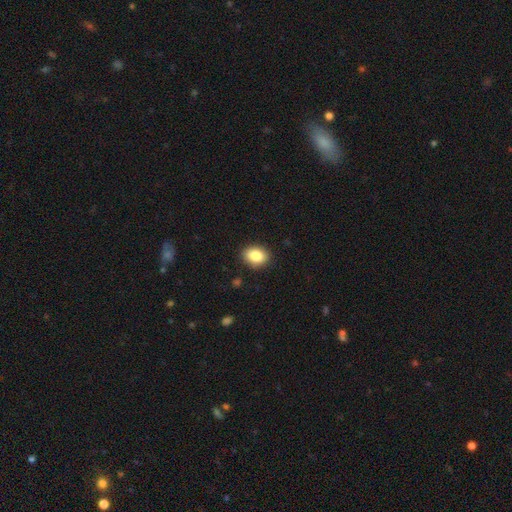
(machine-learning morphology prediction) A smooth galaxy with no disk features (87%) that is in between round and cigar-shaped (74%). Merging: none (89%).